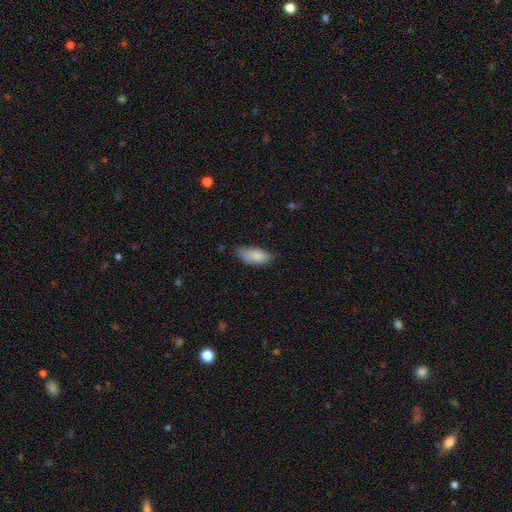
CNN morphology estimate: This is clearly a smooth galaxy (87%). How rounded: clearly in between (88%). Merging: likely none (65%).